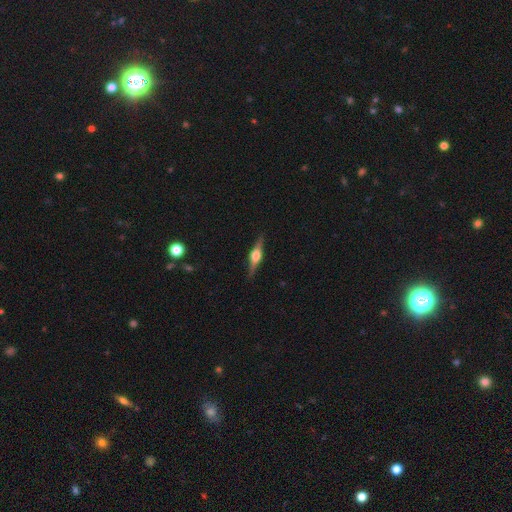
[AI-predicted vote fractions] Smooth or featured: featured or disk — 79% (smooth — 15%)
Edge-on disk: yes — 98% (no — 2%)
Edge-on bulge: rounded — 93% (boxy — 6%)
Merging: none — 90% (minor disturbance — 8%)